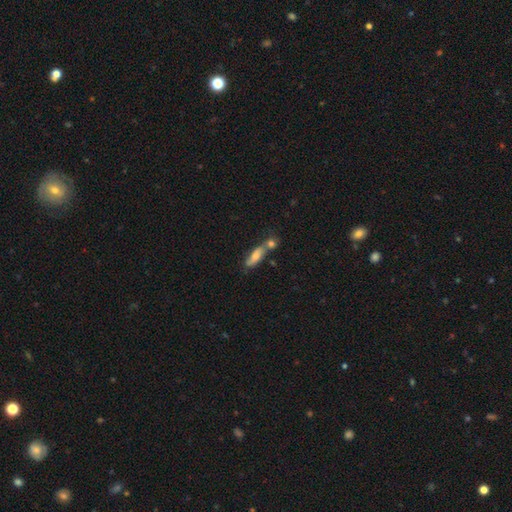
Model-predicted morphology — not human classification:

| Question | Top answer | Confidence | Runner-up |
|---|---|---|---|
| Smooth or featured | smooth | 61% | featured or disk (29%) |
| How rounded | cigar-shaped | 55% | in between (41%) |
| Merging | none | 45% | merger (36%) |